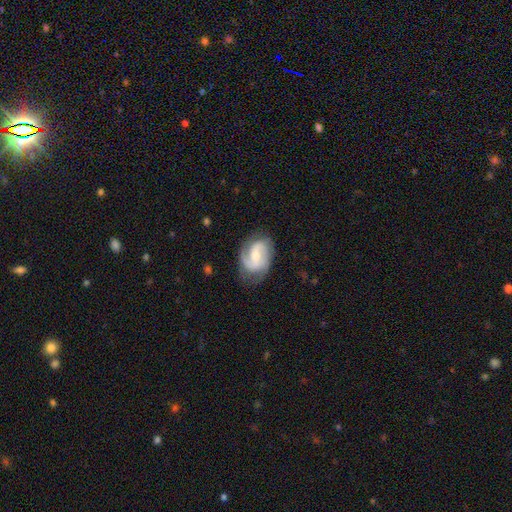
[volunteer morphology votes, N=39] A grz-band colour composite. It shows a featured or disk galaxy (85%) with no bar (43%), 2 (70%) medium (60%) spiral arms (100%) and a moderate central bulge (47%). Merging: none (78%).